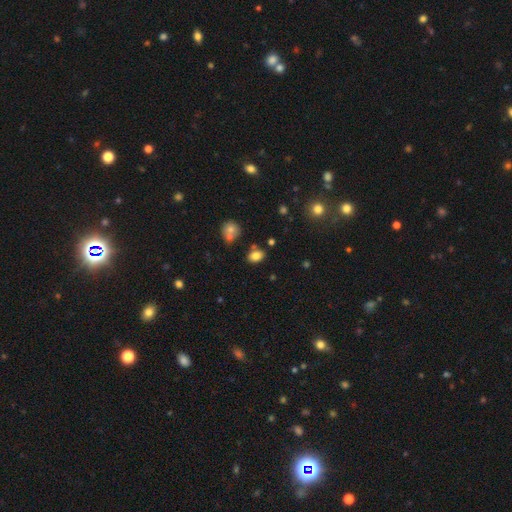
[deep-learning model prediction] smooth-or-featured: smooth: 82% | star or artifact: 11% | featured or disk: 8%
  how-rounded: in between: 79% | round: 20% | cigar-shaped: 1%
  merging: none: 76% | minor disturbance: 13% | merger: 8% | major disturbance: 3%